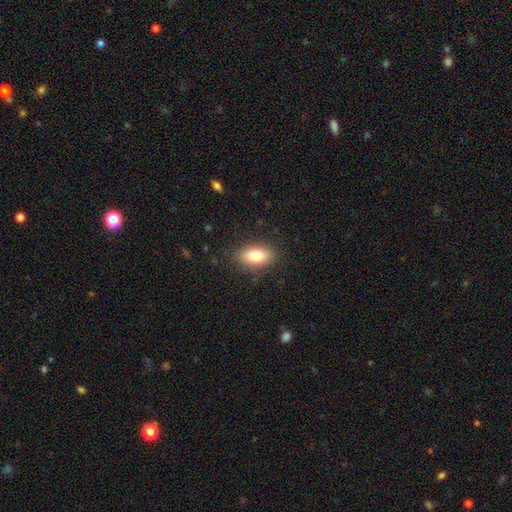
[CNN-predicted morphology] Smooth or featured? Predicted: smooth (p=0.80). How rounded? Predicted: in between (p=0.89). Merging? Predicted: none (p=0.85).